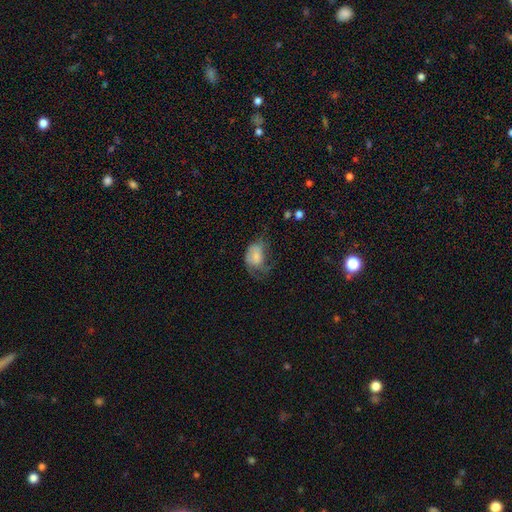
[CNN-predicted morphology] Overall: smooth (54%; featured or disk 37%). How rounded: in between (78%). Merging: major disturbance (44%; none 27%).